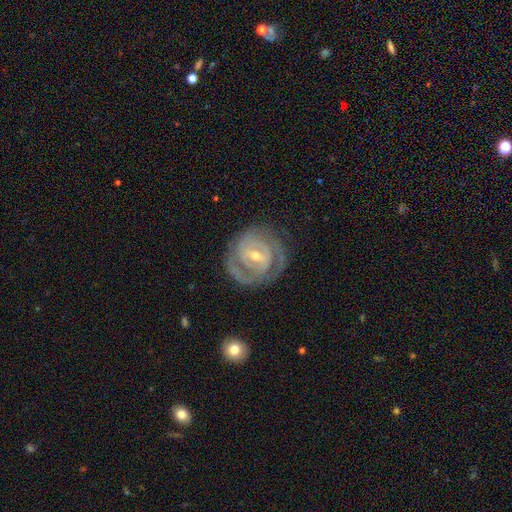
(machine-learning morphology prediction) This appears to be a featured or disk galaxy (88%) with a weak bar (50%), 2 (56%) tight (74%) spiral arms (94%) and a small central bulge (53%). Merging: none (76%).